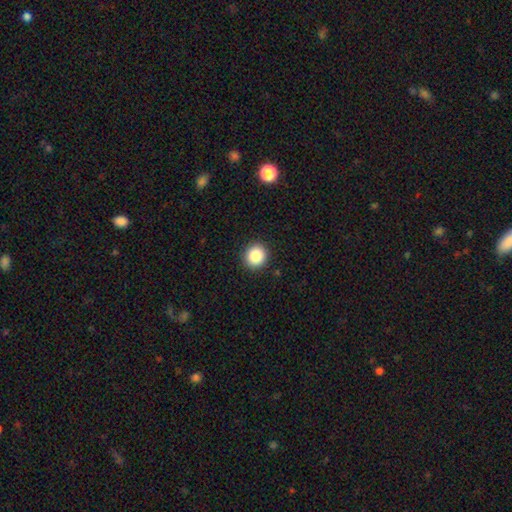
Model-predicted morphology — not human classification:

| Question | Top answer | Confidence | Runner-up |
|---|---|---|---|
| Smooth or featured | smooth | 86% | star or artifact (9%) |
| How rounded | round | 91% | in between (8%) |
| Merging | none | 92% | minor disturbance (5%) |